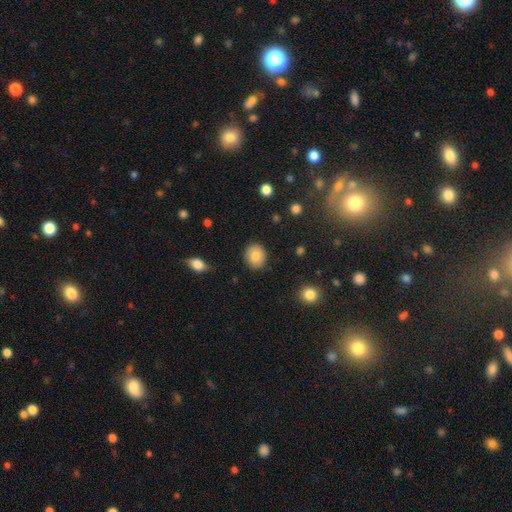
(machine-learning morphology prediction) This appears to be a smooth galaxy with no disk features (86%) that is round (72%). Merging: none (88%).